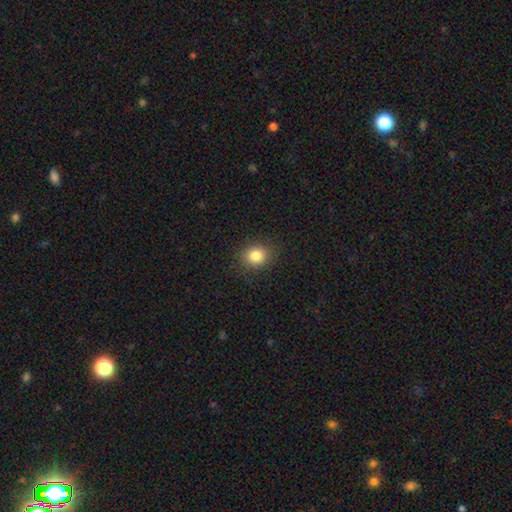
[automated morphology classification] type=smooth (83%); roundness=round (68%); merging=none (88%).